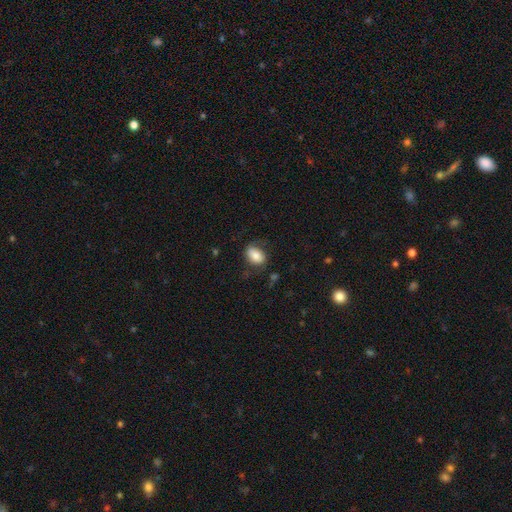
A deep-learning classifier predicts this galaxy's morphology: Smooth or featured? smooth (76%)
How rounded? in between (84%)
Merging? none (64%)